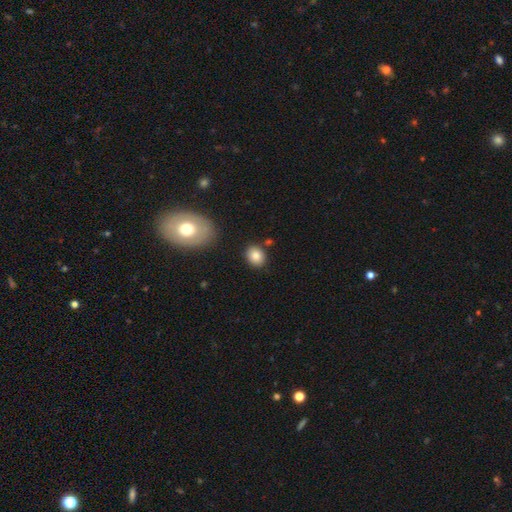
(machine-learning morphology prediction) A smooth galaxy with no disk features (84%) that is round (55%). Merging: none (83%).